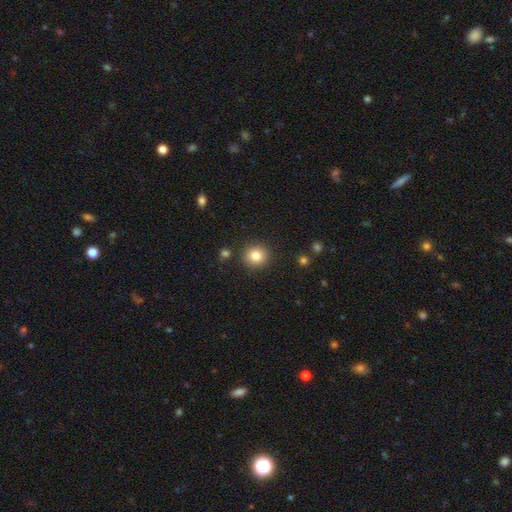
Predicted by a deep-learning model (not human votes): smooth_or_featured: smooth (p=0.83) [alt: star or artifact p=0.10]
how_rounded: round (p=0.89) [alt: in between p=0.10]
merging: none (p=0.88) [alt: minor disturbance p=0.07]